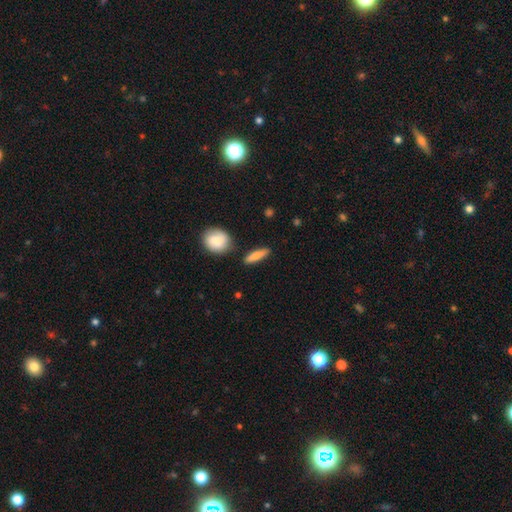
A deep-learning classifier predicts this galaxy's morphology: smooth_or_featured: smooth (p=0.74) [alt: featured or disk p=0.20]
how_rounded: cigar-shaped (p=0.68) [alt: in between p=0.28]
merging: none (p=0.83) [alt: minor disturbance p=0.10]